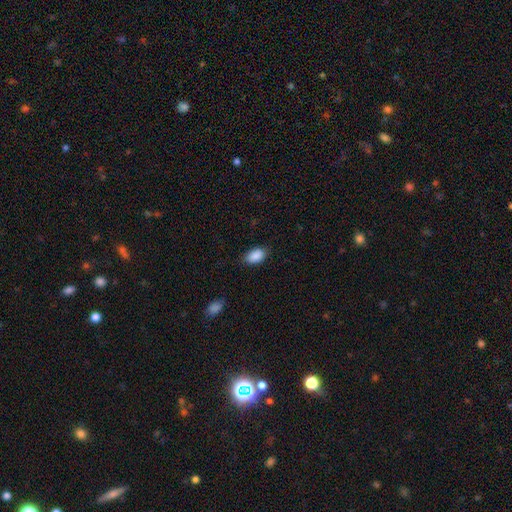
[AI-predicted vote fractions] smooth 89%, star or artifact 7%, featured or disk 4%. Down the decision tree: how rounded — in between (92%); merging — none (81%).